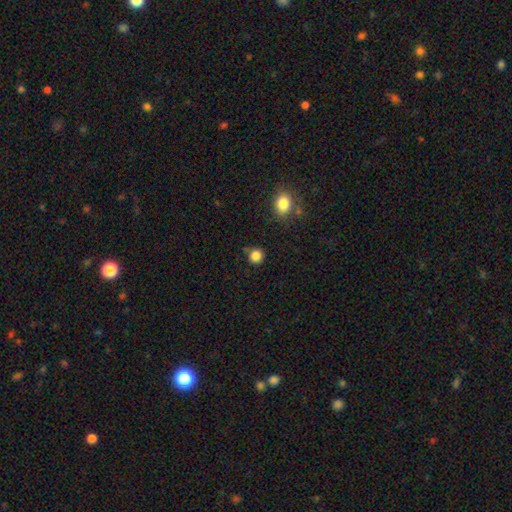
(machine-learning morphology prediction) This is clearly a smooth galaxy (85%). How rounded: clearly round (91%). Merging: clearly none (81%).